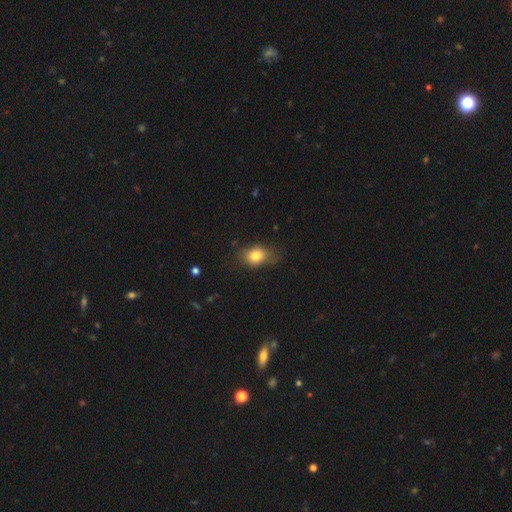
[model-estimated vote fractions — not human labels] A smooth galaxy with no disk features (79%) that is in between round and cigar-shaped (55%).

Vote fractions:
- Smooth or featured? smooth: 79% / featured or disk: 11% / star or artifact: 10%
- How rounded? in between: 55% / round: 43% / cigar-shaped: 2%
- Merging? none: 59% / minor disturbance: 29% / major disturbance: 11% / merger: 2%